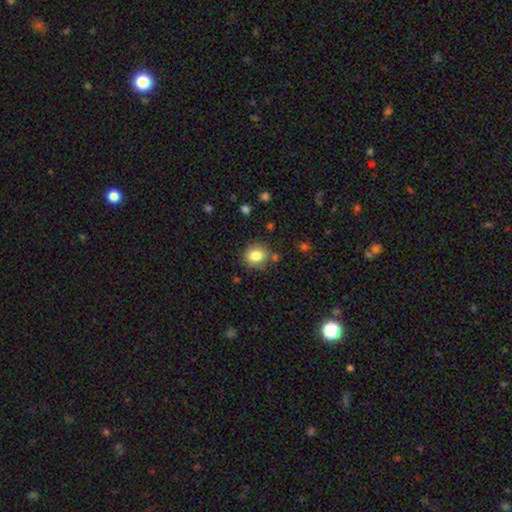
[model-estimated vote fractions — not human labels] smooth 83%, star or artifact 10%, featured or disk 8%. Down the decision tree: how rounded — round (69%); merging — none (81%).